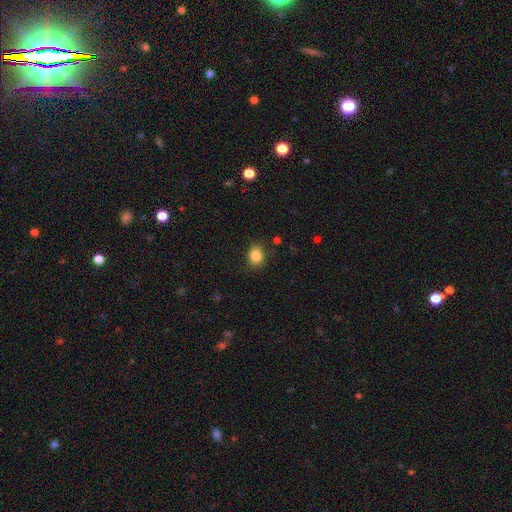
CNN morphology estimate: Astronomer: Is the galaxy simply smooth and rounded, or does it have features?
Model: smooth — 84%.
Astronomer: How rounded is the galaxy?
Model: round — 53% (runner-up: in between, 47%).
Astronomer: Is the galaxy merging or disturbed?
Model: none — 79%.